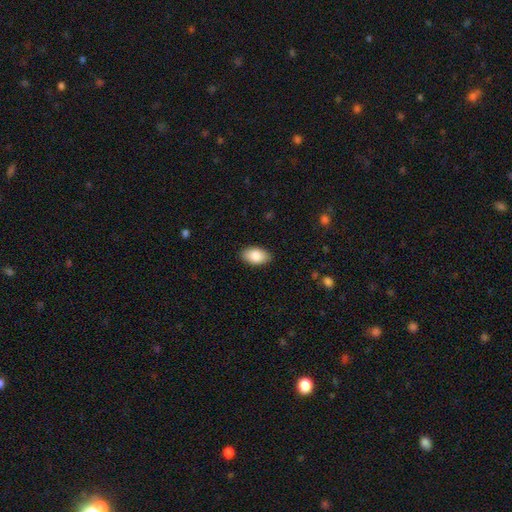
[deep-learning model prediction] Morphology: type=smooth (87%); roundness=in between (94%); merging=none (88%).